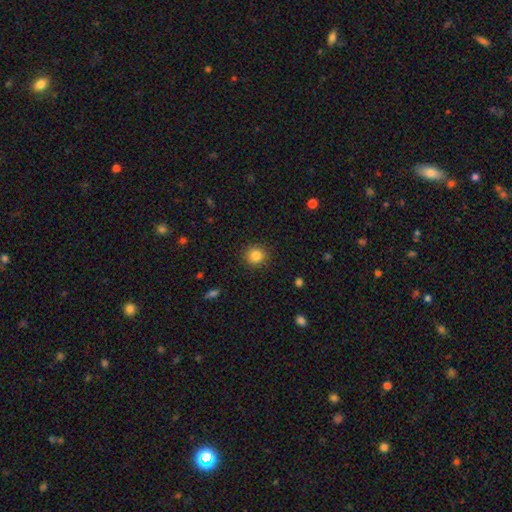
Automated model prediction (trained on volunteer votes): A smooth galaxy with no disk features (84%) that is round (91%).

Vote fractions:
- Smooth or featured? smooth: 84% / star or artifact: 11% / featured or disk: 5%
- How rounded? round: 91% / in between: 8% / cigar-shaped: 1%
- Merging? none: 90% / minor disturbance: 7% / major disturbance: 2% / merger: 1%